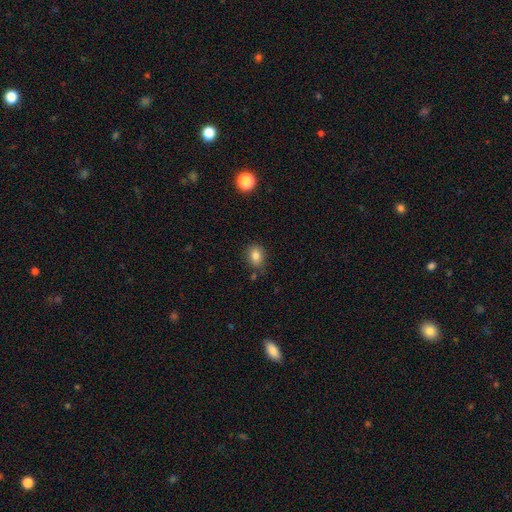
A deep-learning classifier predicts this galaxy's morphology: Smooth or featured? Predicted: smooth (p=0.82). How rounded? Predicted: in between (p=0.59). Merging? Predicted: none (p=0.80).